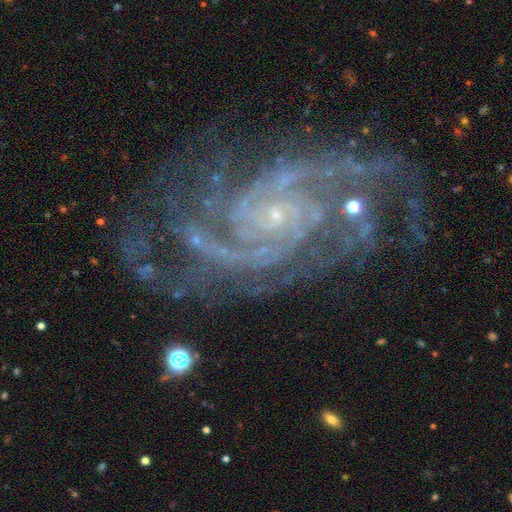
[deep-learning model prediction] This is clearly a featured or disk galaxy (92%). It is clearly not viewed edge-on (98%). Bar: likely no (68%). Spiral arm pattern: clearly yes (99%). Spiral arm count: marginally 2 (29%). Spiral winding: possibly tight (58%). Central bulge: clearly small (86%). Merging: likely none (63%).